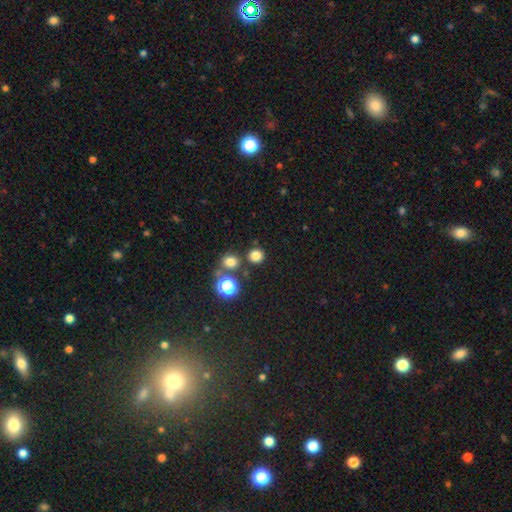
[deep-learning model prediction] Overall: smooth (77%). How rounded: round (87%). Merging: none (79%).